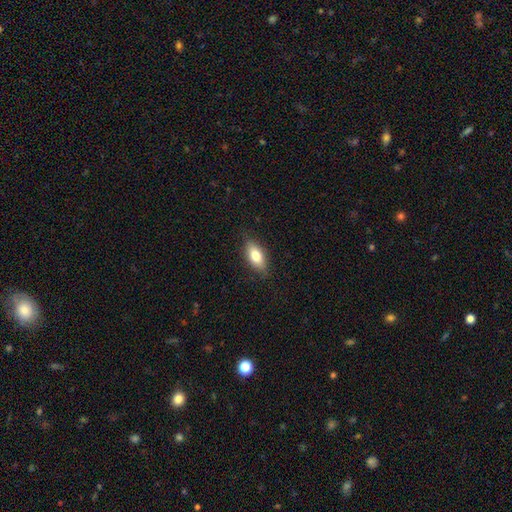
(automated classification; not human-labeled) Smooth or featured? smooth (73%)
How rounded? in between (81%)
Merging? none (84%)